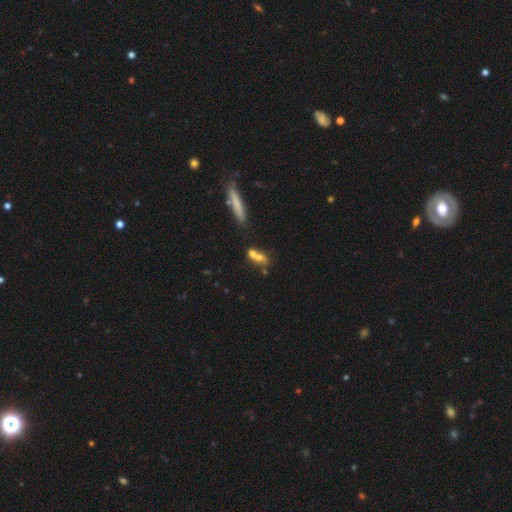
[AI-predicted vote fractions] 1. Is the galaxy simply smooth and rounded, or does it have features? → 63% smooth, 24% featured or disk, 13% star or artifact.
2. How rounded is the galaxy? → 49% in between, 29% round, 22% cigar-shaped.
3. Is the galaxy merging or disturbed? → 54% merger, 31% none, 9% minor disturbance, 6% major disturbance.